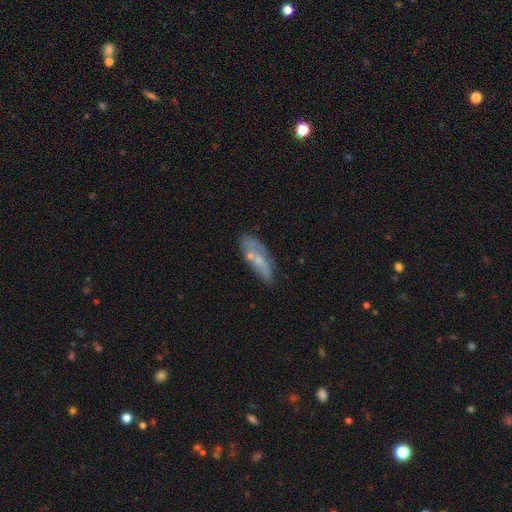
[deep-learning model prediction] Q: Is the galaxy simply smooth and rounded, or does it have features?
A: featured or disk — 45%.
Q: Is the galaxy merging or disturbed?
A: none — 63%.